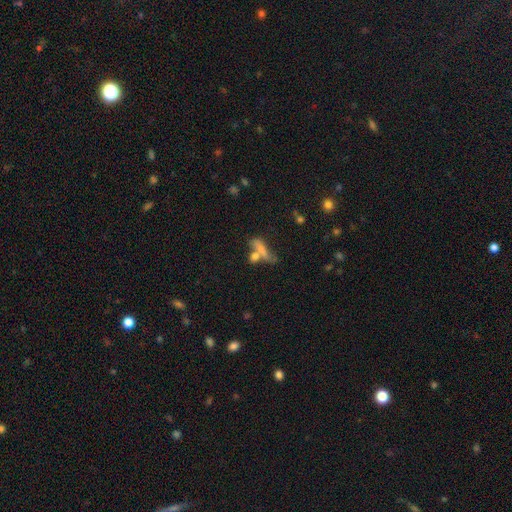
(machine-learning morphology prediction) The model was most divided on "merging": merger: 41%, none: 35%, minor disturbance: 12%, major disturbance: 11%. Remaining: smooth or featured — smooth (64%); how rounded — cigar-shaped (48%).